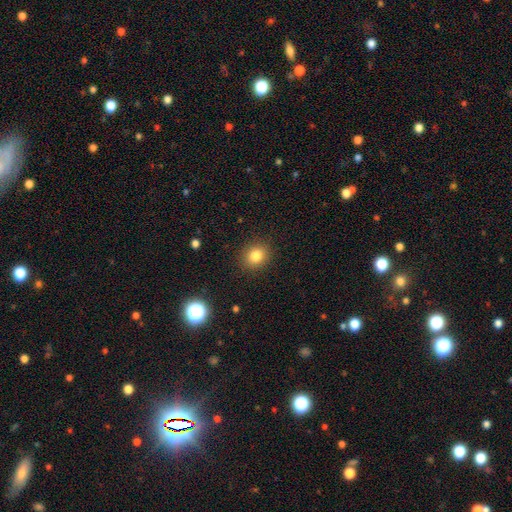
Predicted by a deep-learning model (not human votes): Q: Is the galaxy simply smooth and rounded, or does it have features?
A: smooth — 81%.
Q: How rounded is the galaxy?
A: round — 72%.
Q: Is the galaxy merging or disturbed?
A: none — 90%.